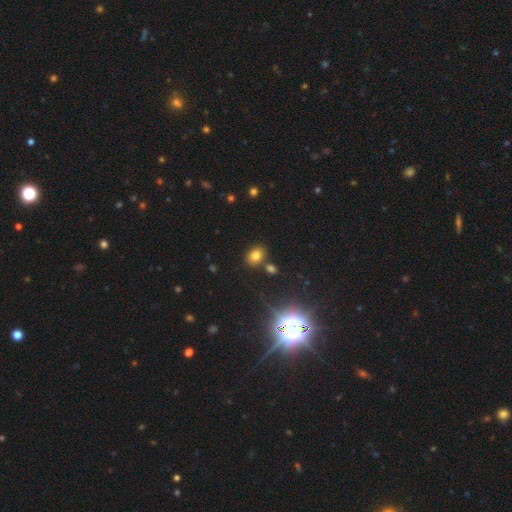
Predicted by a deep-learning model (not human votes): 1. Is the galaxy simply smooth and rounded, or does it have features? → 72% smooth, 19% star or artifact, 9% featured or disk.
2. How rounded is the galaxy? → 60% in between, 38% round, 1% cigar-shaped.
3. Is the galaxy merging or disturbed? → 79% none, 10% minor disturbance, 9% merger, 3% major disturbance.